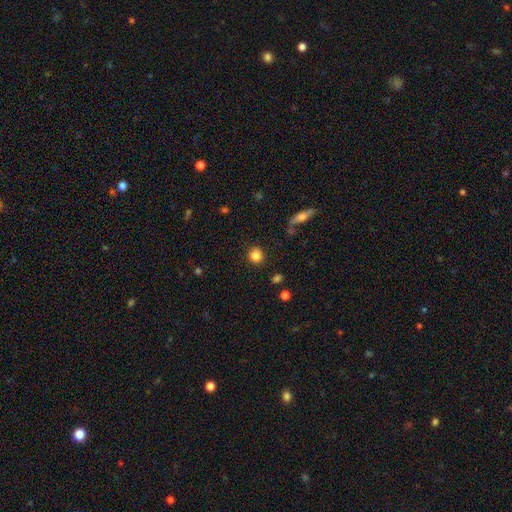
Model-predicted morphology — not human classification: Q: Smooth or featured?
A: smooth (84%); runner-up: star or artifact (10%)
Q: How rounded?
A: round (90%); runner-up: in between (9%)
Q: Merging?
A: none (89%); runner-up: minor disturbance (7%)